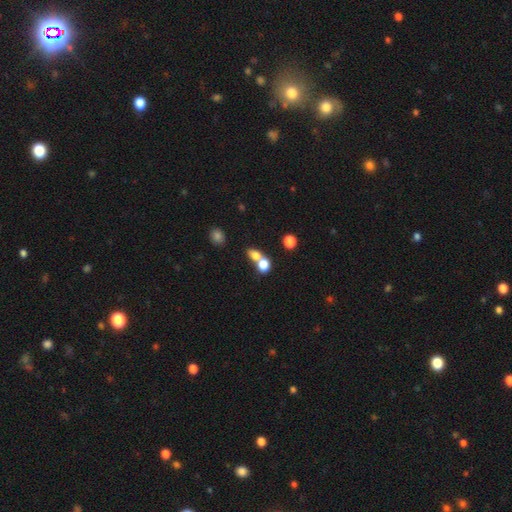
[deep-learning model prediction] Smooth or featured: smooth — 75% (star or artifact — 13%)
How rounded: round — 52% (in between — 46%)
Merging: merger — 56% (none — 33%)